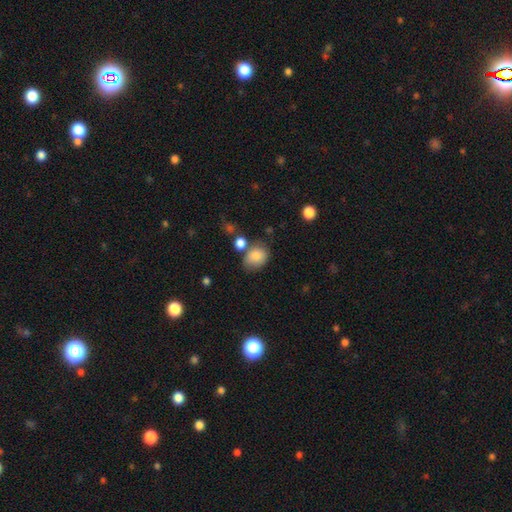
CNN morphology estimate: This is clearly a smooth galaxy (83%). How rounded: possibly in between (55%). Merging: possibly none (59%).